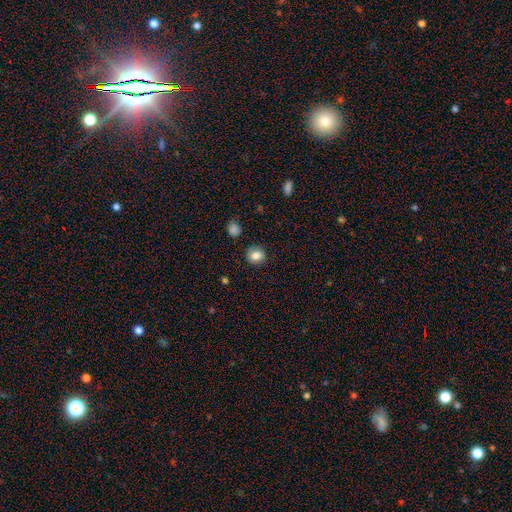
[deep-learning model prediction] Smooth or featured?
  - smooth: 84% *
  - star or artifact: 10%
  - featured or disk: 6%
How rounded?
  - round: 77% *
  - in between: 22%
  - cigar-shaped: 1%
Merging?
  - none: 86% *
  - minor disturbance: 9%
  - major disturbance: 3%
  - merger: 2%